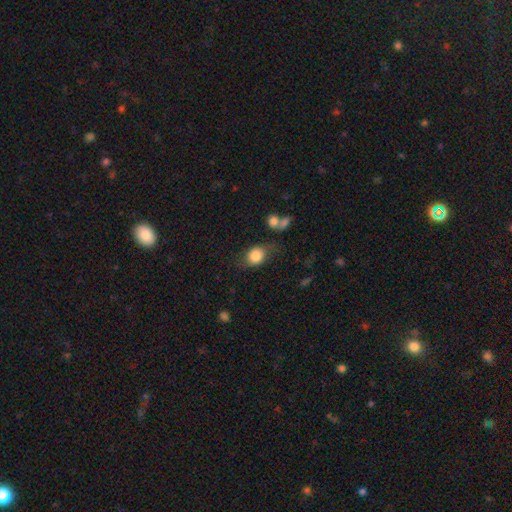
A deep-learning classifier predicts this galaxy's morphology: smooth-or-featured: smooth: 82% | featured or disk: 10% | star or artifact: 8%
  how-rounded: round: 49% (tied) | in between: 49% (tied) | cigar-shaped: 2%
  merging: none: 59% | minor disturbance: 23% | major disturbance: 11% | merger: 7%